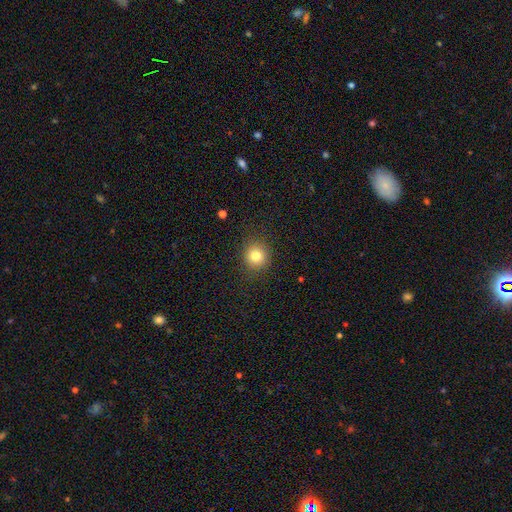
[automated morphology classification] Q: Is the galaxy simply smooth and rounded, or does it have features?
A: smooth — 80%.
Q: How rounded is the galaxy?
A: round — 89%.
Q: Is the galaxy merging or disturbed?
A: none — 89%.